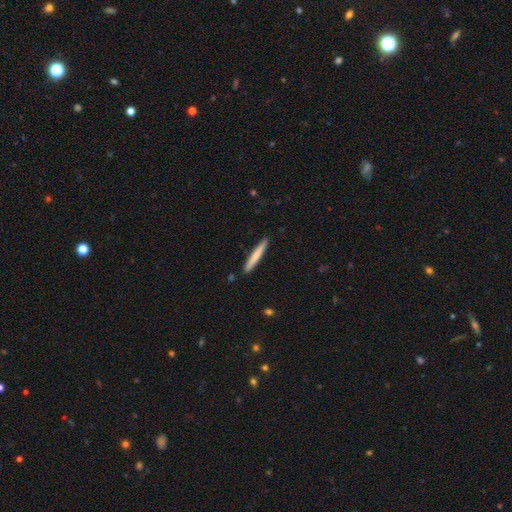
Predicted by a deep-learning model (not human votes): This appears to be a smooth galaxy with no disk features (71%) that is cigar-shaped (96%). Merging: none (90%).